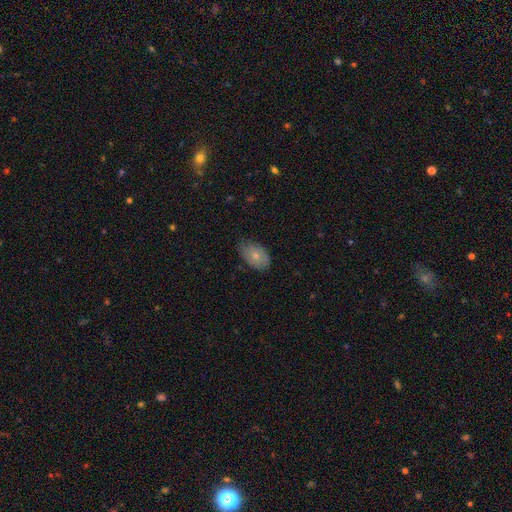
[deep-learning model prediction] This appears to be a smooth galaxy with no disk features (73%) that is in between round and cigar-shaped (90%). Merging: none (67%).